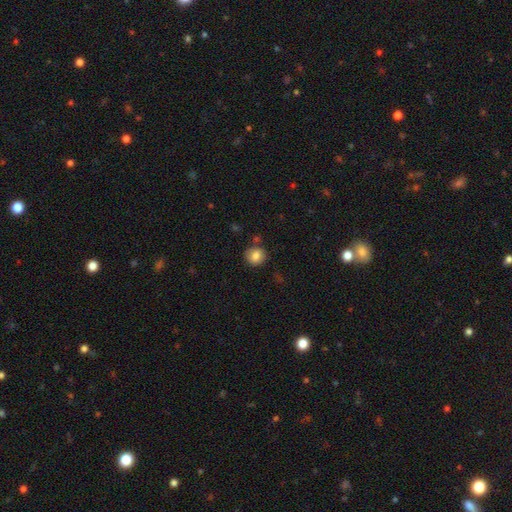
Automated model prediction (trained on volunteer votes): Smooth or featured? Predicted: smooth (p=0.82). How rounded? Predicted: round (p=0.83). Merging? Predicted: none (p=0.81).